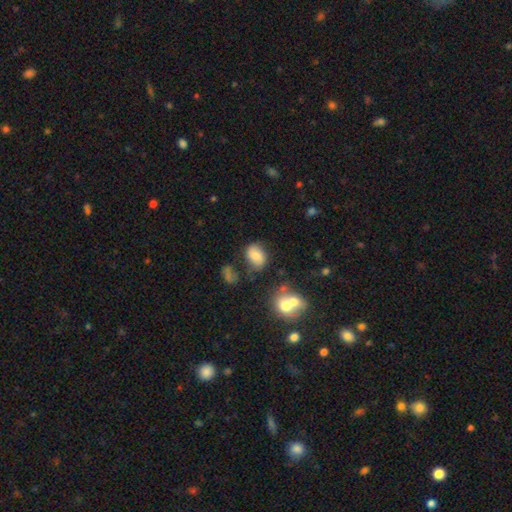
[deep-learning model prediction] This appears to be a smooth galaxy with no disk features (72%) that is in between round and cigar-shaped (70%). Merging: none (62%).